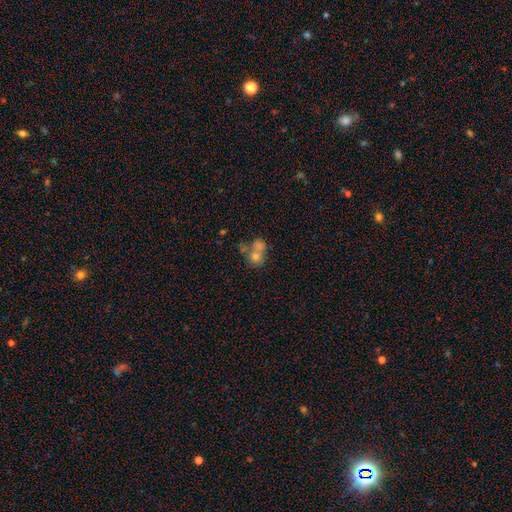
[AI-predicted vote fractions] This is likely a smooth galaxy (63%). How rounded: likely round (70%). Merging: possibly merger (59%).